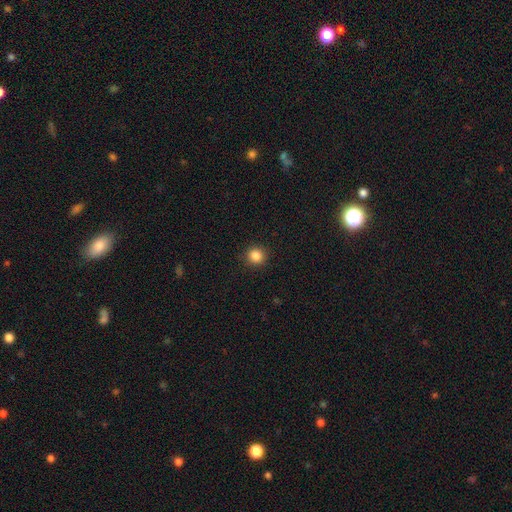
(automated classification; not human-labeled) A smooth galaxy with no disk features (85%) that is round (93%).

Vote fractions:
- Smooth or featured? smooth: 85% / star or artifact: 11% / featured or disk: 4%
- How rounded? round: 93% / in between: 6% / cigar-shaped: 1%
- Merging? none: 92% / minor disturbance: 5% / major disturbance: 2% / merger: 1%